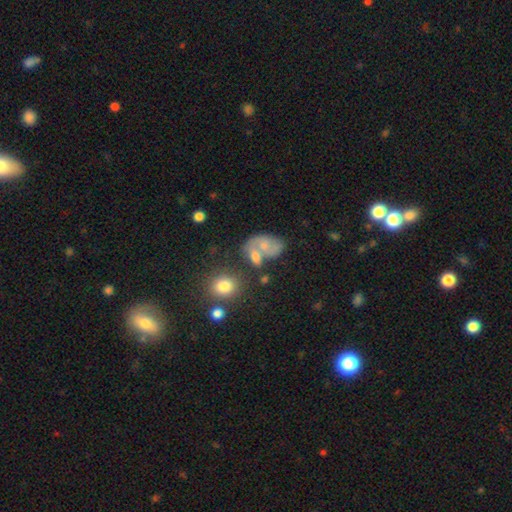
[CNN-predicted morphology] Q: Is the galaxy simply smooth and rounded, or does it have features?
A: smooth — 57%.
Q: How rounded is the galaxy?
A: in between — 71%.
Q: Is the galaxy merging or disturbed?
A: merger — 41%.